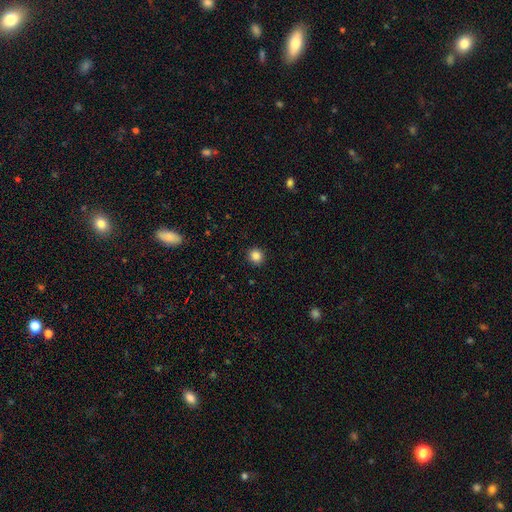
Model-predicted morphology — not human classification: A smooth galaxy with no disk features (85%) that is round (92%).

Vote fractions:
- Smooth or featured? smooth: 85% / star or artifact: 11% / featured or disk: 4%
- How rounded? round: 92% / in between: 7% / cigar-shaped: 1%
- Merging? none: 92% / minor disturbance: 6% / major disturbance: 2% / merger: 1%